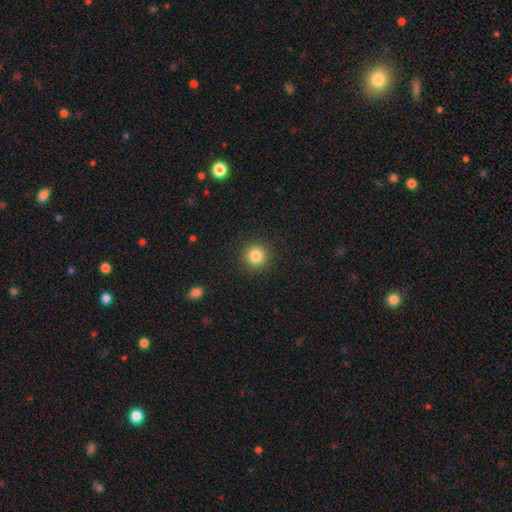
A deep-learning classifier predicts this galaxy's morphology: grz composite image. It shows a smooth galaxy with no disk features (84%) that is round (93%). Merging: none (91%).